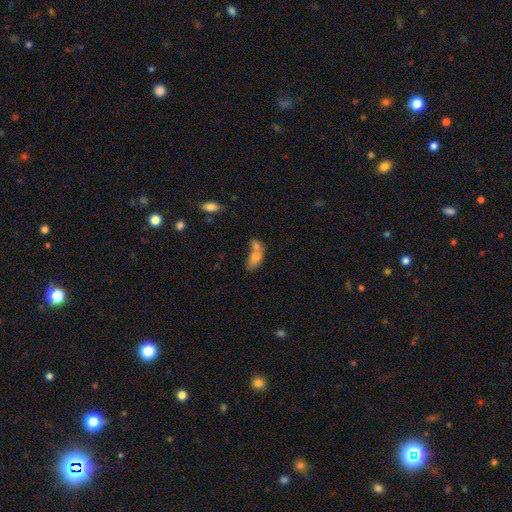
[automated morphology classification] A smooth galaxy with no disk features (71%) that is in between round and cigar-shaped (82%). Merging: merger (65%).